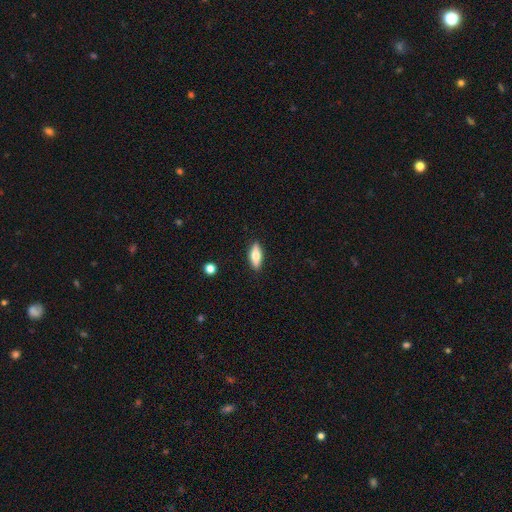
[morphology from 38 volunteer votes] Smooth or featured?
  - smooth: 66% *
  - featured or disk: 34%
  - star or artifact: 0%
How rounded?
  - in between: 64% *
  - cigar-shaped: 36%
  - round: 0%
Merging?
  - none: 84% *
  - minor disturbance: 16%
  - major disturbance: 0%
  - merger: 0%